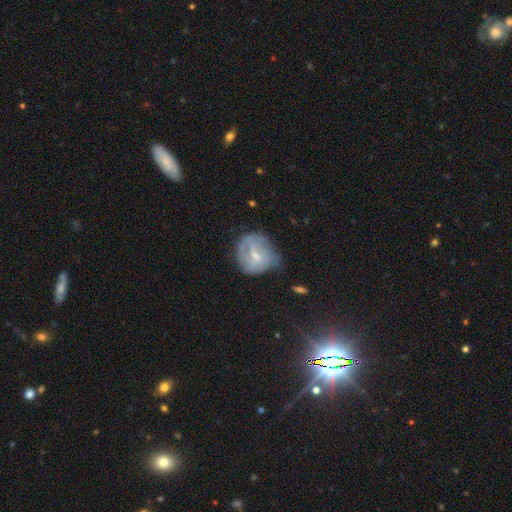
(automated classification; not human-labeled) This appears to be a featured or disk galaxy (54%) with a weak bar (49%), spiral arms (64%) and a small central bulge (57%). Merging: none (52%).